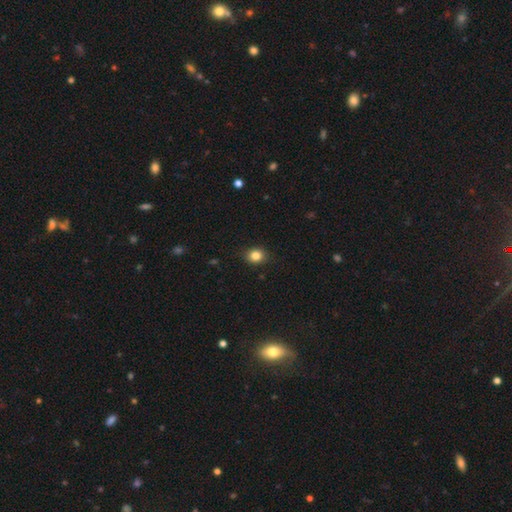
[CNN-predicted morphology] This appears to be a smooth galaxy with no disk features (84%) that is round (64%). Merging: none (87%).